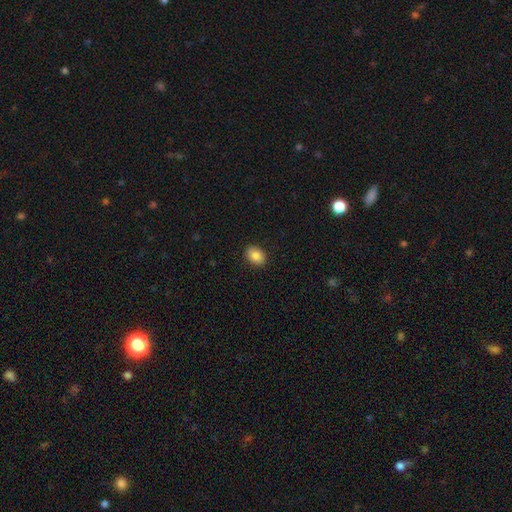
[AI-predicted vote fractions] smooth-or-featured: smooth: 85% | star or artifact: 8% | featured or disk: 7%
  how-rounded: in between: 73% | round: 26% | cigar-shaped: 1%
  merging: none: 90% | minor disturbance: 7% | major disturbance: 2% | merger: 1%